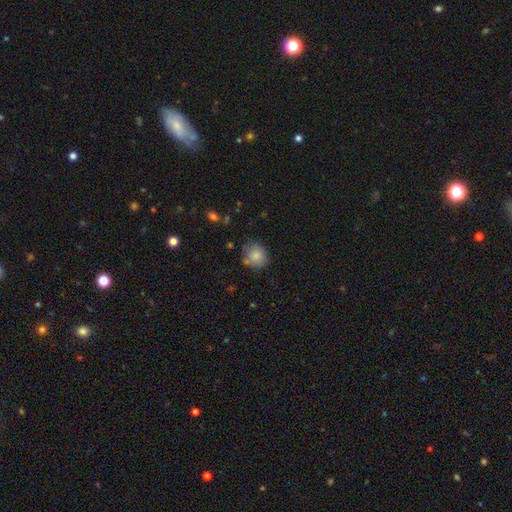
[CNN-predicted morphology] This appears to be a smooth galaxy with no disk features (82%) that is round (77%). Merging: none (69%).